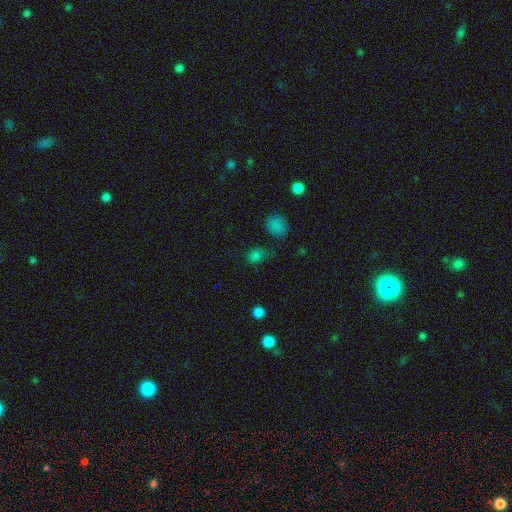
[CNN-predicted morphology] smooth-or-featured: smooth: 70% | star or artifact: 25% | featured or disk: 5%
  how-rounded: in between: 57% | round: 42% | cigar-shaped: 2%
  merging: none: 66% | minor disturbance: 19% | major disturbance: 8% | merger: 7%